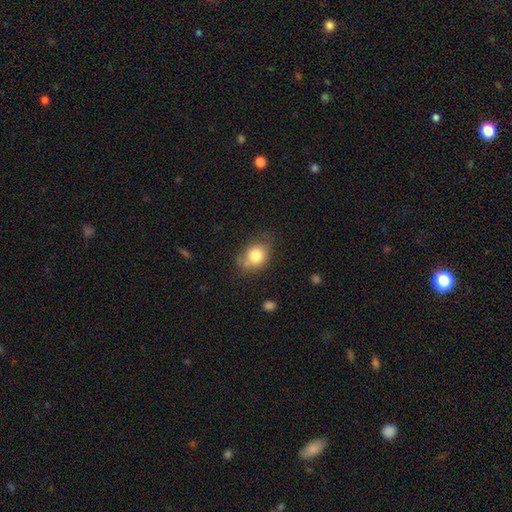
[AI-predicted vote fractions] Smooth or featured? Predicted: smooth (p=0.79). How rounded? Predicted: in between (p=0.52). Merging? Predicted: none (p=0.61).